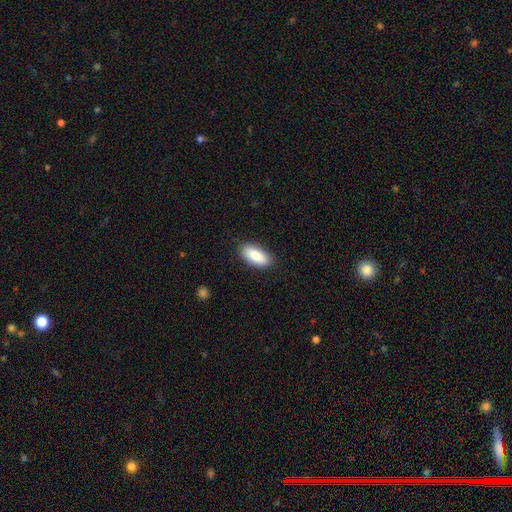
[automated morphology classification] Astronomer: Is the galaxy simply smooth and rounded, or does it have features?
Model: smooth — 87%.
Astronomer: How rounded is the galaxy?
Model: in between — 89%.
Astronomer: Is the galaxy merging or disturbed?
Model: none — 87%.